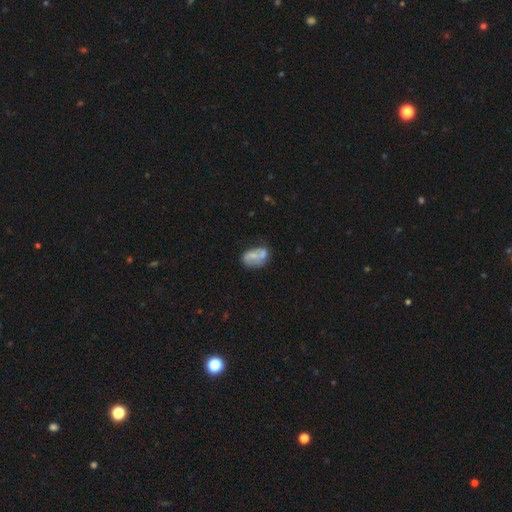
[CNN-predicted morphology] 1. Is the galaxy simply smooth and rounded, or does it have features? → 48% featured or disk, 44% smooth, 9% star or artifact.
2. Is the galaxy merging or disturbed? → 36% none, 28% merger, 23% minor disturbance, 13% major disturbance.